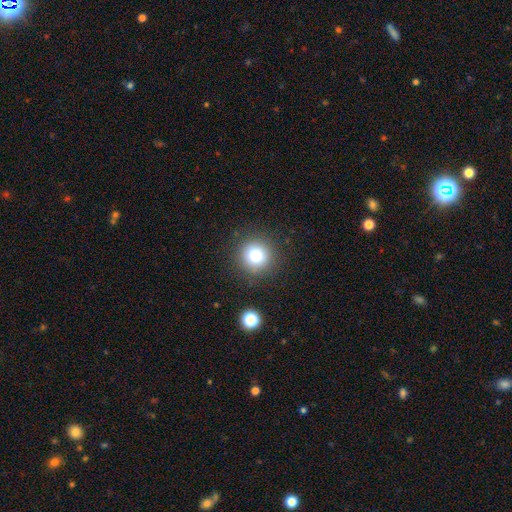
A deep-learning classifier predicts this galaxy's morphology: A smooth galaxy with no disk features (81%) that is round (94%). Merging: none (88%).